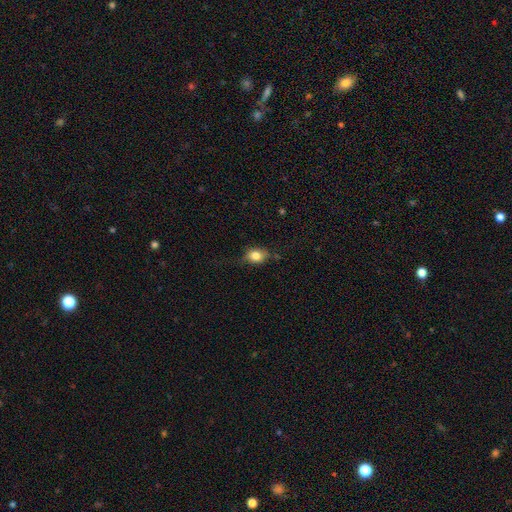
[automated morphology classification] A smooth galaxy with no disk features (79%) that is in between round and cigar-shaped (61%).

Vote fractions:
- Smooth or featured? smooth: 79% / featured or disk: 12% / star or artifact: 9%
- How rounded? in between: 61% / round: 37% / cigar-shaped: 2%
- Merging? none: 63% / minor disturbance: 27% / major disturbance: 7% / merger: 2%